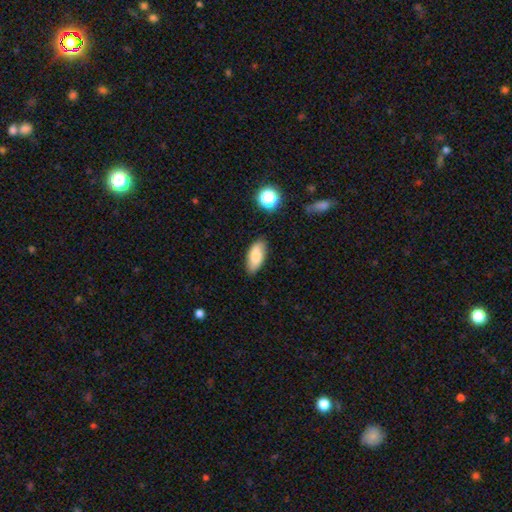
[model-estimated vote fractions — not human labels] Morphology: type=smooth (81%); roundness=in between (86%); merging=none (84%).